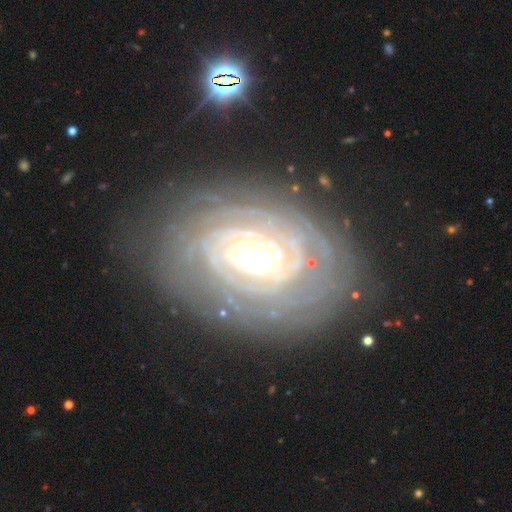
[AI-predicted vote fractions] A featured or disk galaxy (89%) with no bar (67%), tight (86%) spiral arms (96%) and a moderate central bulge (64%). Merging: none (78%).